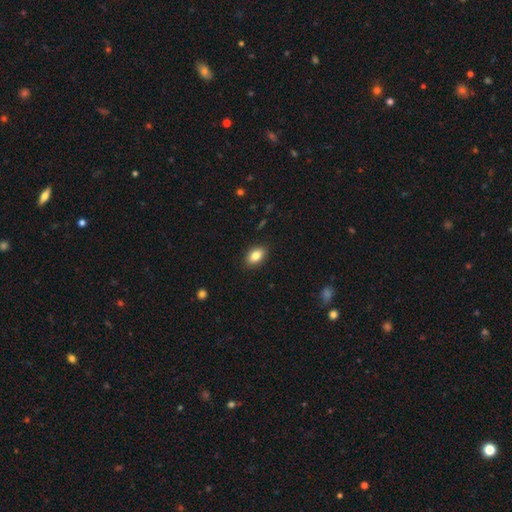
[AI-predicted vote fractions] smooth 84%, star or artifact 8%, featured or disk 8%. Down the decision tree: how rounded — in between (89%); merging — none (89%).